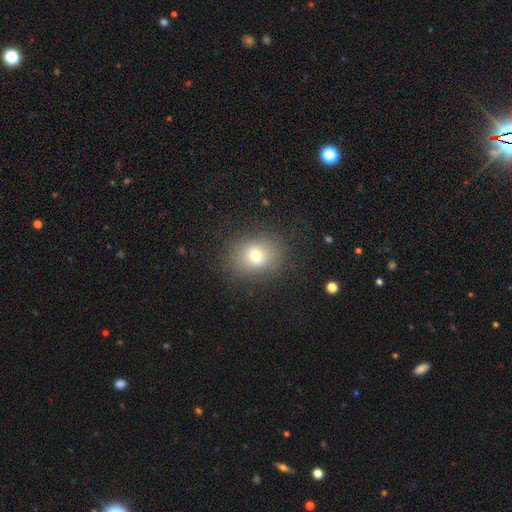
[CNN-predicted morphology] smooth-or-featured: smooth: 73% | star or artifact: 14% | featured or disk: 12%
  how-rounded: round: 59% | in between: 40% | cigar-shaped: 1%
  merging: none: 84% | minor disturbance: 10% | major disturbance: 5% | merger: 1%